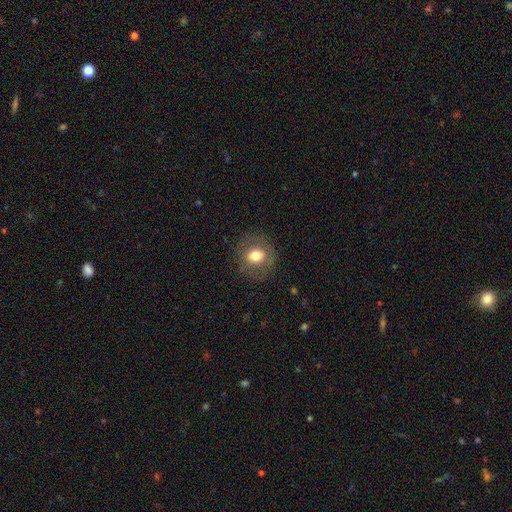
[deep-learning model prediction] Overall: smooth (69%). How rounded: round (71%). Merging: none (82%).